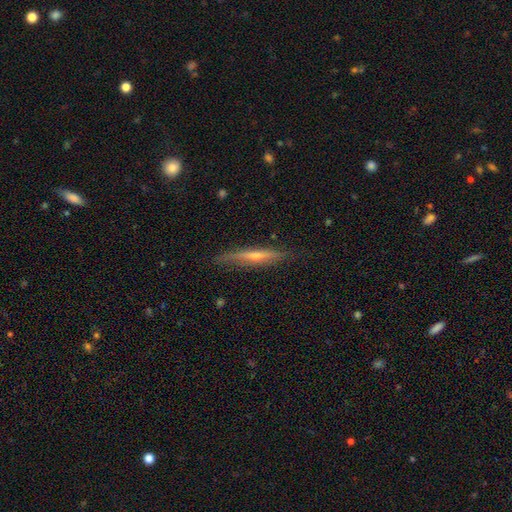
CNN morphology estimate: featured or disk 66%, smooth 27%, star or artifact 7%. Down the decision tree: edge-on disk — yes (93%); edge-on bulge — rounded (71%); merging — none (80%).